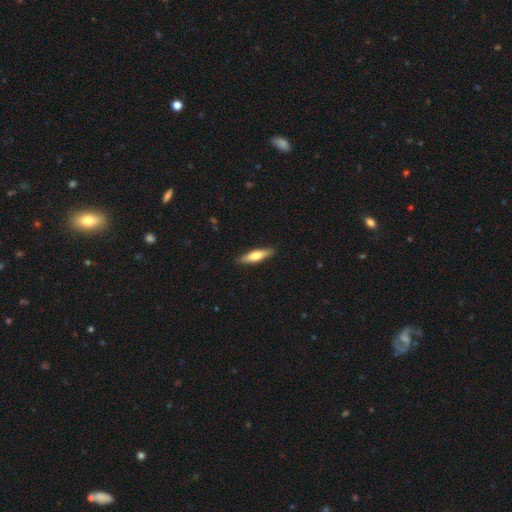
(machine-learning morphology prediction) smooth_or_featured: smooth (p=0.62) [alt: featured or disk p=0.33]
how_rounded: cigar-shaped (p=0.70) [alt: in between p=0.28]
merging: none (p=0.89) [alt: minor disturbance p=0.09]